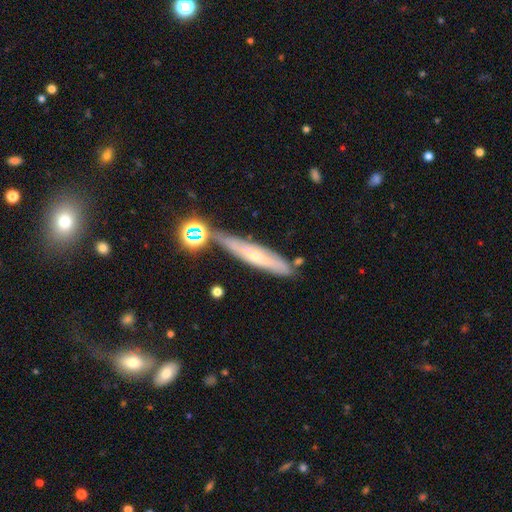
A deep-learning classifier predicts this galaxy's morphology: smooth_or_featured: featured or disk (p=0.53) [alt: smooth p=0.36]
disk_edge_on: yes (p=0.71) [alt: no p=0.29]
merging: none (p=0.71) [alt: minor disturbance p=0.17]